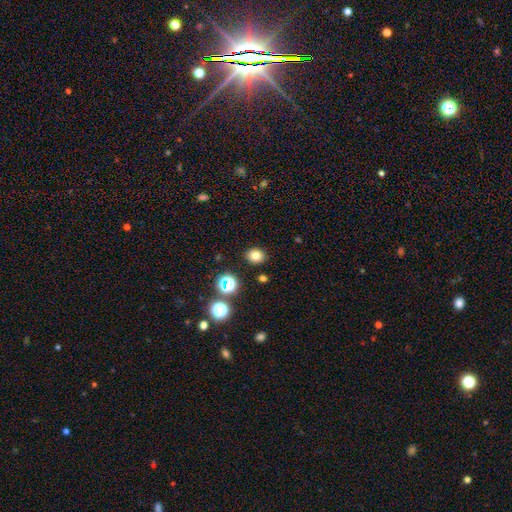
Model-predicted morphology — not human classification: The model was most divided on "how rounded": round: 62%, in between: 37%, cigar-shaped: 1%. More confident: merging — none (88%); smooth or featured — smooth (77%).